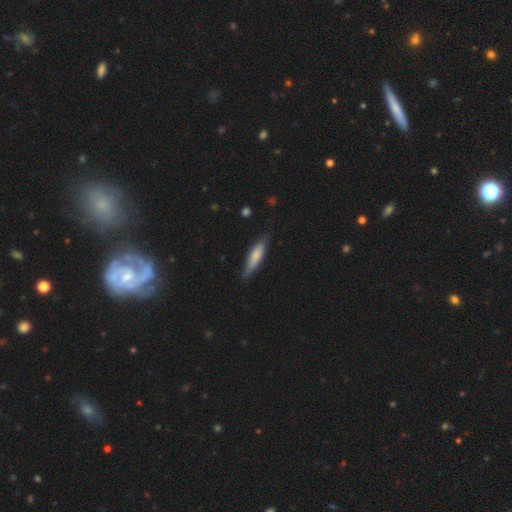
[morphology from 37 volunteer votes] A smooth galaxy with no disk features (70%) that is cigar-shaped (77%). Merging: none (72%).